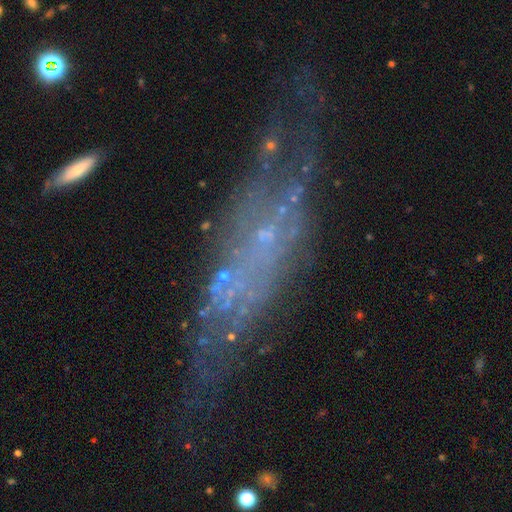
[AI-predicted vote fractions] A featured or disk galaxy (67%).

Vote fractions:
- Smooth or featured? featured or disk: 67% / smooth: 18% / star or artifact: 14%
- Edge-on disk? no: 68% / yes: 32%
- Merging? none: 61% / minor disturbance: 21% / major disturbance: 14% / merger: 4%